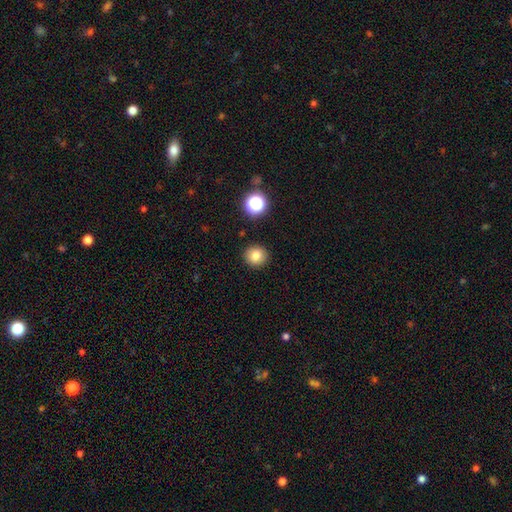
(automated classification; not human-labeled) Smooth or featured?
  - smooth: 81% *
  - star or artifact: 13%
  - featured or disk: 7%
How rounded?
  - round: 92% *
  - in between: 7%
  - cigar-shaped: 1%
Merging?
  - none: 91% *
  - minor disturbance: 6%
  - major disturbance: 2%
  - merger: 2%